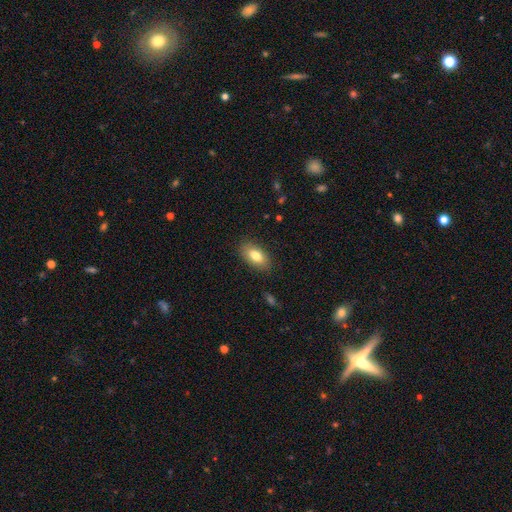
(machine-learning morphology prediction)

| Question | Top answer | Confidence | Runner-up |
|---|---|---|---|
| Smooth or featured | smooth | 79% | featured or disk (14%) |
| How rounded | in between | 90% | cigar-shaped (6%) |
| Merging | none | 87% | minor disturbance (10%) |